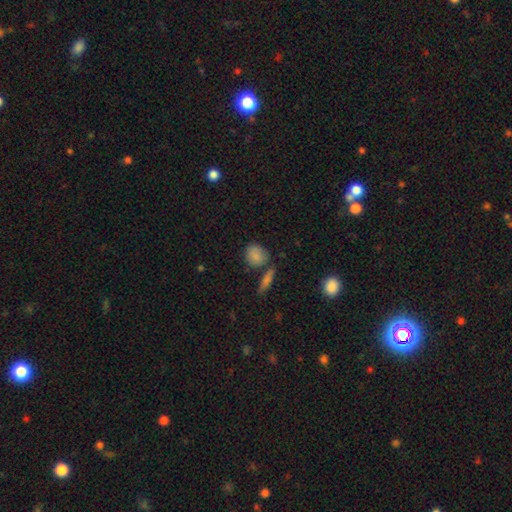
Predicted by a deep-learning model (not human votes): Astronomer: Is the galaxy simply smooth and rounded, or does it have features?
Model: smooth — 83%.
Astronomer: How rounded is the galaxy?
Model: round — 62%.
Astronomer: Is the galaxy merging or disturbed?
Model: none — 64%.